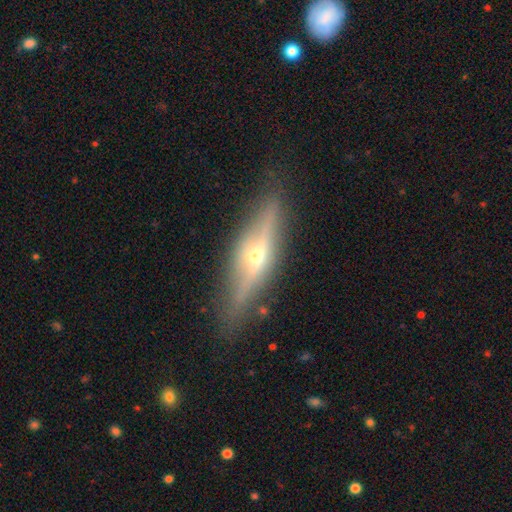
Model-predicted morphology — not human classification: Smooth or featured?
  - featured or disk: 77% *
  - smooth: 16%
  - star or artifact: 7%
Edge-on disk?
  - yes: 93% *
  - no: 7%
Edge-on bulge?
  - rounded: 91% *
  - none: 5%
  - boxy: 4%
Merging?
  - none: 85% *
  - minor disturbance: 11%
  - major disturbance: 3%
  - merger: 1%